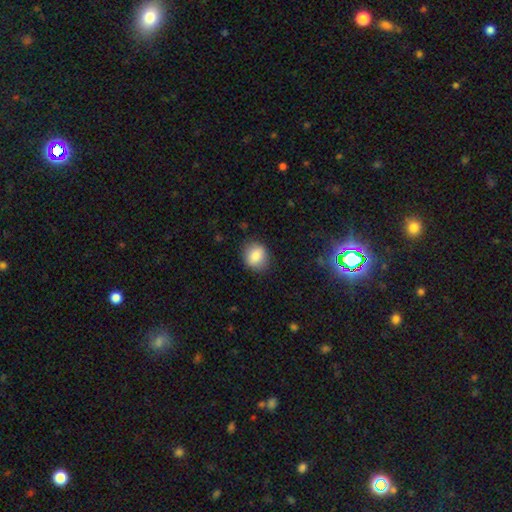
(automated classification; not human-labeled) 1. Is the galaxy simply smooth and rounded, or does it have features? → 84% smooth, 8% star or artifact, 8% featured or disk.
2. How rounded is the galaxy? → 66% round, 33% in between, 1% cigar-shaped.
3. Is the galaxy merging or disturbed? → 83% none, 13% minor disturbance, 3% major disturbance, 1% merger.